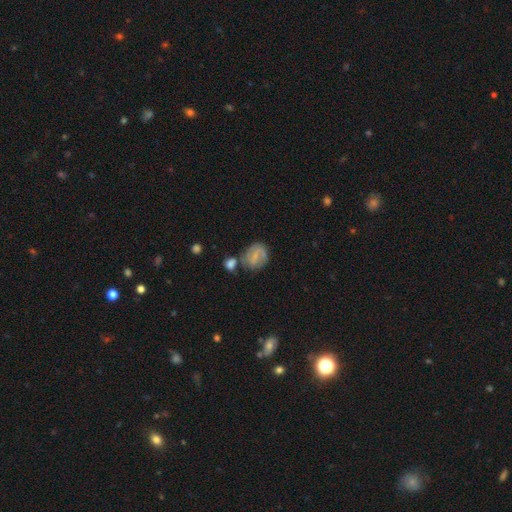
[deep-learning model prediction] featured or disk 48%, smooth 44%, star or artifact 9%. Down the decision tree: merging — none (47%).